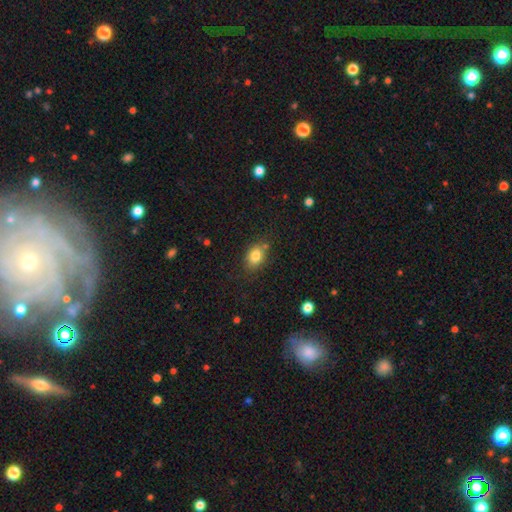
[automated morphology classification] smooth_or_featured: smooth (p=0.82) [alt: star or artifact p=0.10]
how_rounded: in between (p=0.70) [alt: round p=0.29]
merging: none (p=0.72) [alt: minor disturbance p=0.17]